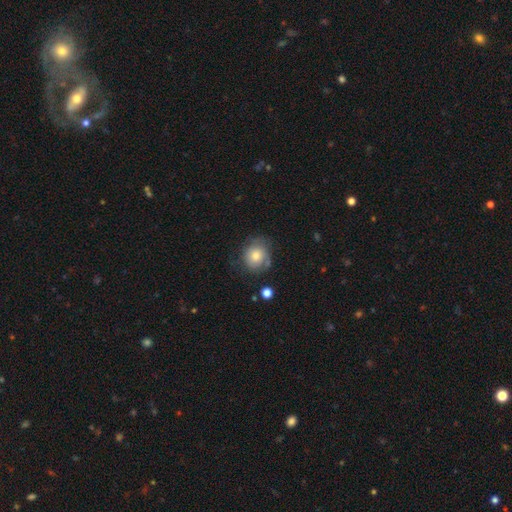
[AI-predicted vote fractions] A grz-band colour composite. It shows a smooth galaxy with no disk features (63%) that is round (78%). Merging: none (64%).